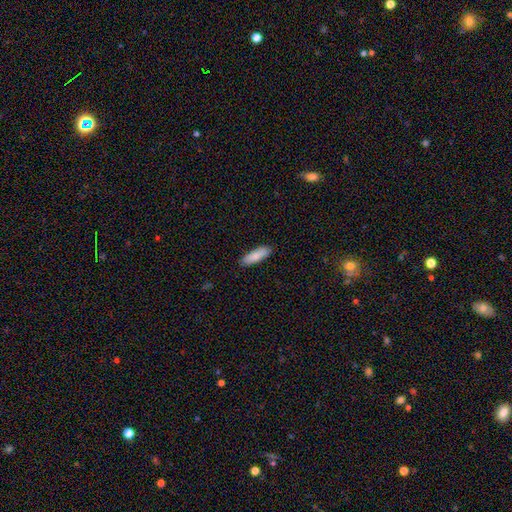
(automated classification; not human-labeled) Smooth or featured: smooth — 87% (featured or disk — 8%)
How rounded: cigar-shaped — 56% (in between — 42%)
Merging: none — 90% (minor disturbance — 8%)